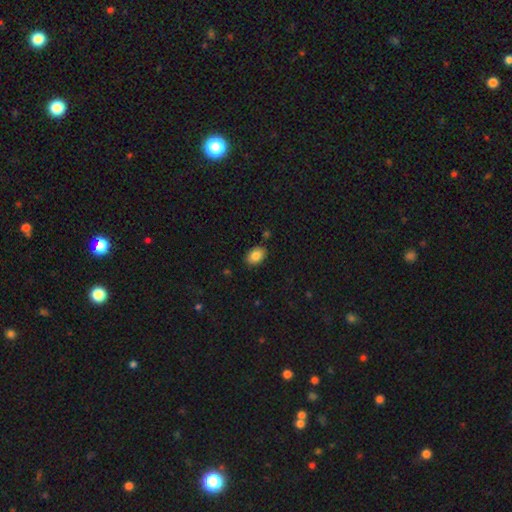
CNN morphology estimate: smooth_or_featured: smooth (p=0.85) [alt: star or artifact p=0.08]
how_rounded: in between (p=0.86) [alt: round p=0.13]
merging: none (p=0.85) [alt: minor disturbance p=0.10]